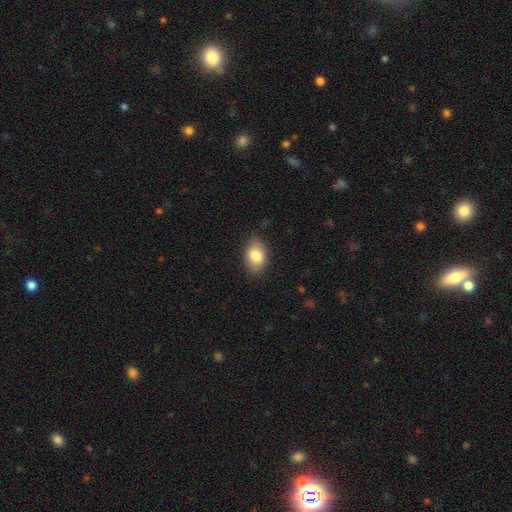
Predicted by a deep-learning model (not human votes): Morphology: type=smooth (82%); roundness=in between (85%); merging=none (82%).